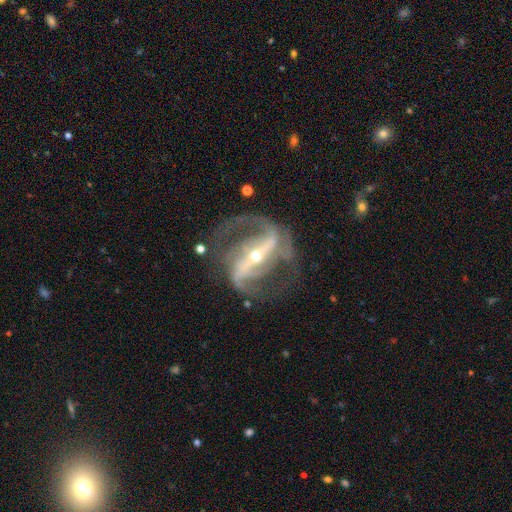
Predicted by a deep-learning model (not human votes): Morphology: type=featured or disk (92%); edge-on=no (95%); bar=strong (78%); spiral arms=yes (97%); winding=medium (50%); arm count=2 (82%); bulge=small (62%); merging=none (67%).